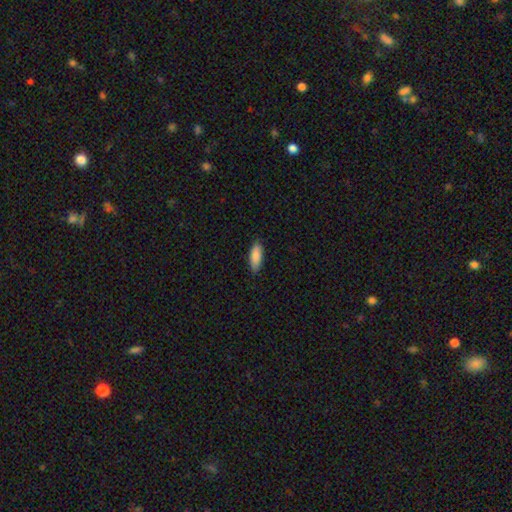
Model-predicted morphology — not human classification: smooth_or_featured: smooth (p=0.89) [alt: featured or disk p=0.06]
how_rounded: in between (p=0.67) [alt: cigar-shaped p=0.31]
merging: none (p=0.86) [alt: minor disturbance p=0.11]